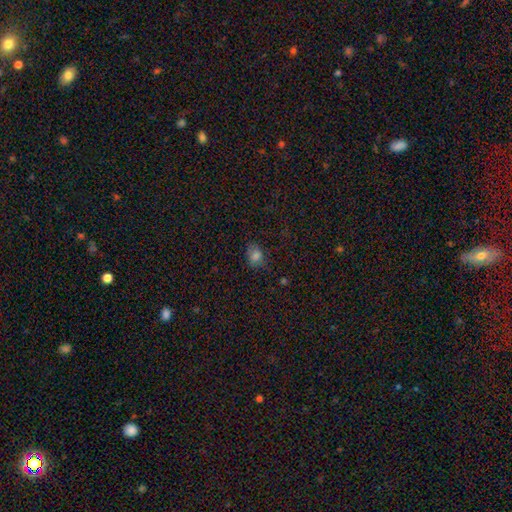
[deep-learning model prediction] Morphology: type=smooth (76%); roundness=in between (68%); merging=none (71%).